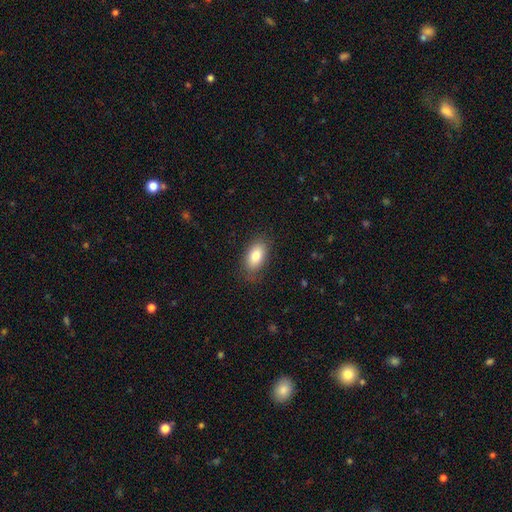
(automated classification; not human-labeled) Morphology: type=smooth (81%); roundness=in between (91%); merging=none (81%).